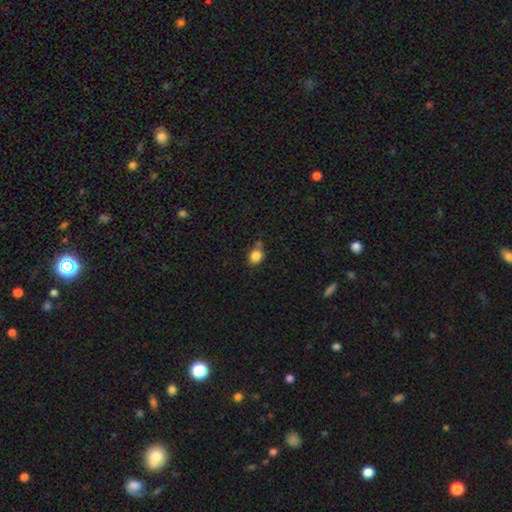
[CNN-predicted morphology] Smooth or featured: smooth — 84% (star or artifact — 10%)
How rounded: round — 59% (in between — 40%)
Merging: none — 63% (minor disturbance — 22%)